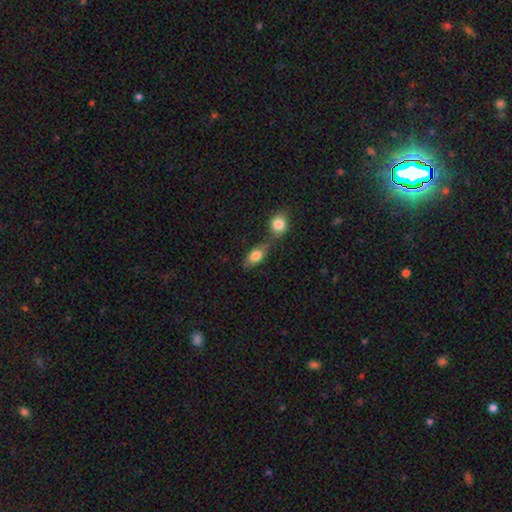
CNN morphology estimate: Smooth or featured?
  - smooth: 80% *
  - featured or disk: 12%
  - star or artifact: 7%
How rounded?
  - in between: 83% *
  - round: 13%
  - cigar-shaped: 5%
Merging?
  - merger: 43% *
  - none: 41%
  - minor disturbance: 12%
  - major disturbance: 4%